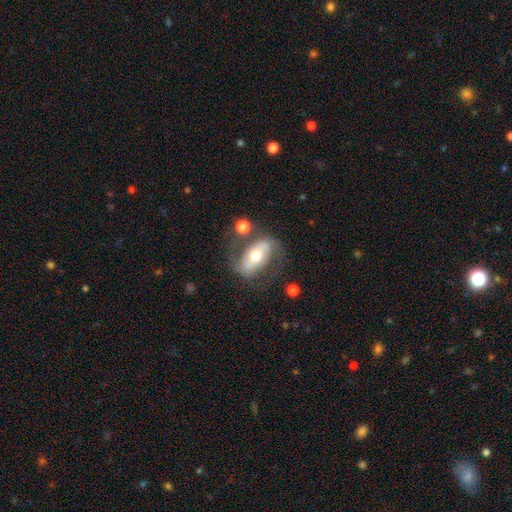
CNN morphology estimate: A featured or disk galaxy (65%) with a strong bar (43%), spiral arms (71%) and a moderate central bulge (70%).

Vote fractions:
- Smooth or featured? featured or disk: 65% / smooth: 28% / star or artifact: 6%
- Edge-on disk? no: 90% / yes: 10%
- Bar? strong: 43% / no: 33% / weak: 24%
- Spiral arms? yes: 71% / no: 29%
- Bulge size? moderate: 70% / small: 18% / large: 9% / dominant: 2% / none: 1%
- Merging? none: 61% / minor disturbance: 18% / major disturbance: 12% / merger: 9%